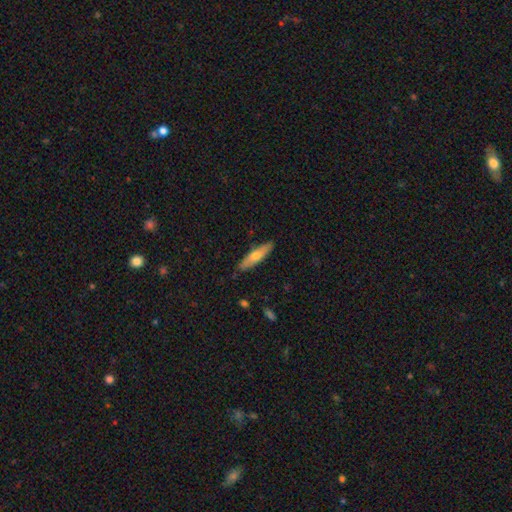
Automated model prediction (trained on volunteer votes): smooth-or-featured: smooth: 59% | featured or disk: 35% | star or artifact: 6%
  how-rounded: cigar-shaped: 75% | in between: 23% | round: 2%
  merging: none: 86% | minor disturbance: 11% | major disturbance: 2% | merger: 1%